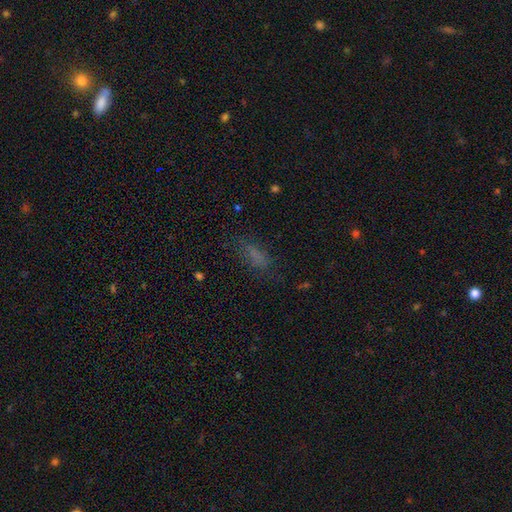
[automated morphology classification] Q: Smooth or featured?
A: smooth (66%); runner-up: star or artifact (19%)
Q: How rounded?
A: in between (60%); runner-up: cigar-shaped (35%)
Q: Merging?
A: none (63%); runner-up: minor disturbance (21%)